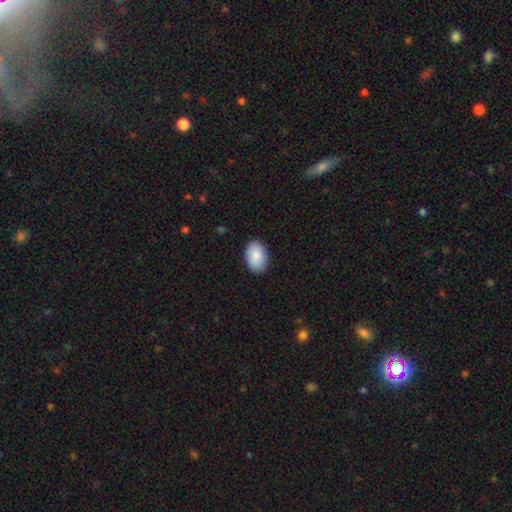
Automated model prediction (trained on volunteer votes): smooth-or-featured: smooth: 87% | featured or disk: 7% | star or artifact: 6%
  how-rounded: in between: 89% | round: 10% | cigar-shaped: 1%
  merging: none: 88% | minor disturbance: 9% | major disturbance: 2% | merger: 1%